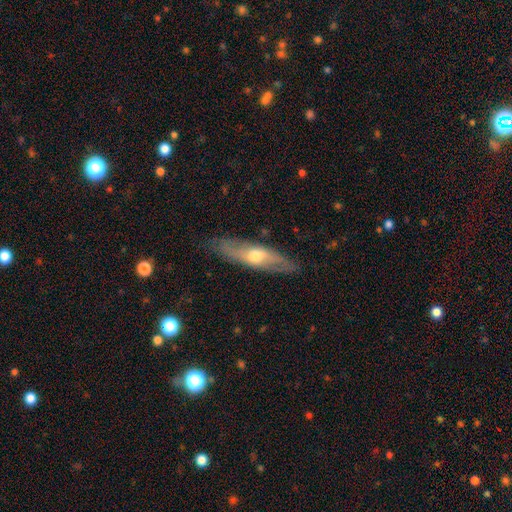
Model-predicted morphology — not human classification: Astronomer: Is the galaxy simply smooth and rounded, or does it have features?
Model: featured or disk — 56% (runner-up: smooth, 38%).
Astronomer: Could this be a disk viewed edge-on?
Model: yes — 54% (runner-up: no, 46%).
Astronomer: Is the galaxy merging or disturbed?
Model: none — 82%.